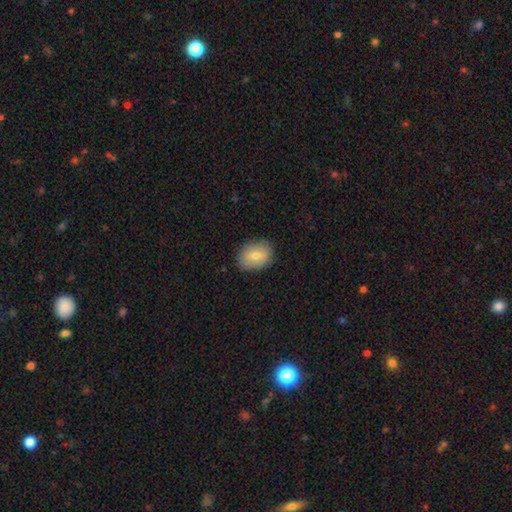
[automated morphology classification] A smooth galaxy with no disk features (74%) that is in between round and cigar-shaped (66%).

Vote fractions:
- Smooth or featured? smooth: 74% / featured or disk: 18% / star or artifact: 8%
- How rounded? in between: 66% / round: 33% / cigar-shaped: 1%
- Merging? none: 87% / minor disturbance: 10% / major disturbance: 2% / merger: 1%